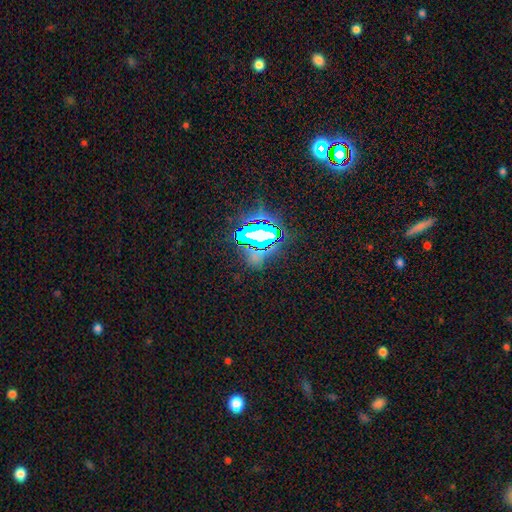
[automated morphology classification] type=star or artifact (66%).